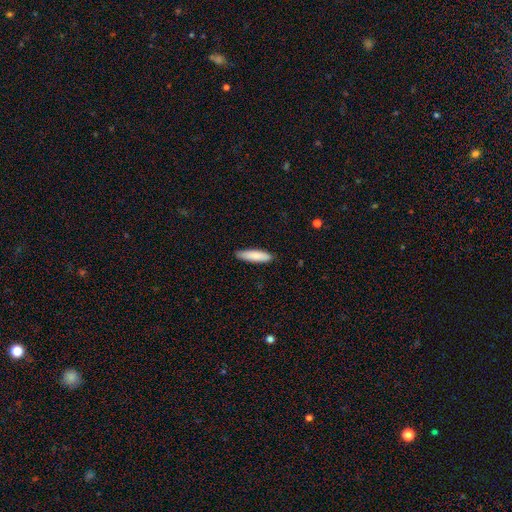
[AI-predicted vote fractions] Overall: smooth (85%). How rounded: cigar-shaped (72%). Merging: none (89%).